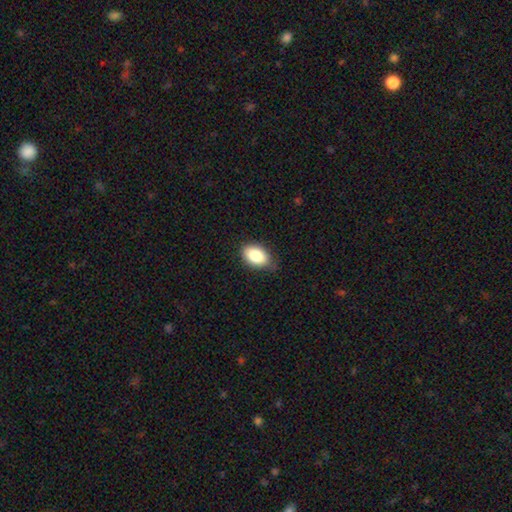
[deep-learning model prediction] smooth_or_featured: smooth (p=0.85) [alt: featured or disk p=0.08]
how_rounded: in between (p=0.89) [alt: round p=0.10]
merging: none (p=0.75) [alt: minor disturbance p=0.21]